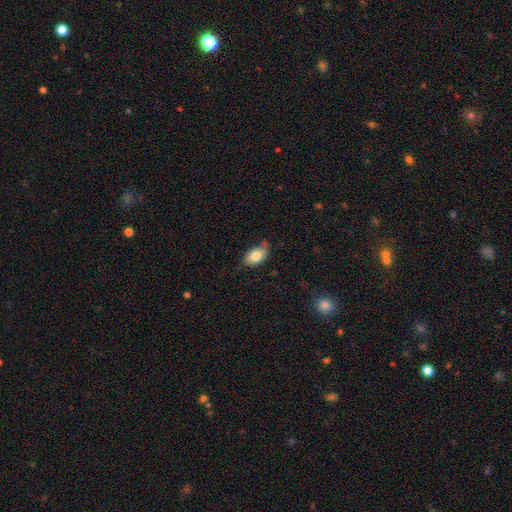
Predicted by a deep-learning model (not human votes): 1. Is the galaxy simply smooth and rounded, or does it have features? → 80% smooth, 13% featured or disk, 7% star or artifact.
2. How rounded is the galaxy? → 92% in between, 6% round, 2% cigar-shaped.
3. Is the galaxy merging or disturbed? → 63% none, 29% minor disturbance, 6% major disturbance, 2% merger.